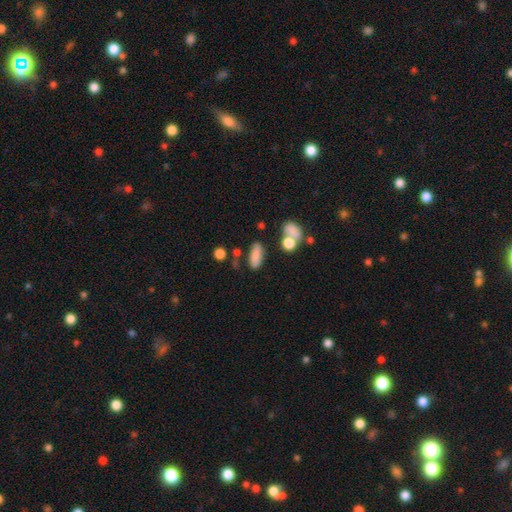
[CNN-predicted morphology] This appears to be a smooth galaxy with no disk features (82%) that is in between round and cigar-shaped (77%). Merging: none (70%).